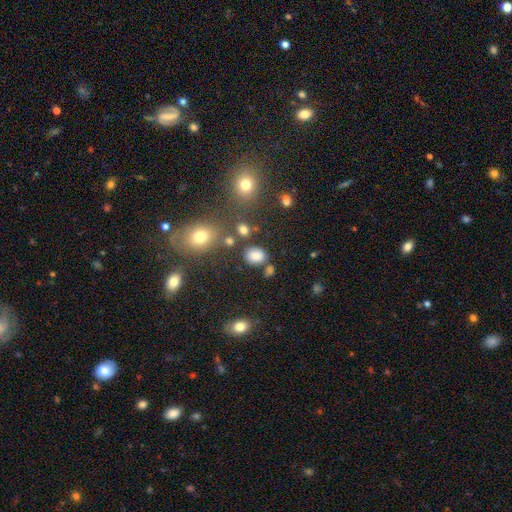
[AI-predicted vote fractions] This appears to be a smooth galaxy with no disk features (80%) that is in between round and cigar-shaped (53%). Merging: none (74%).